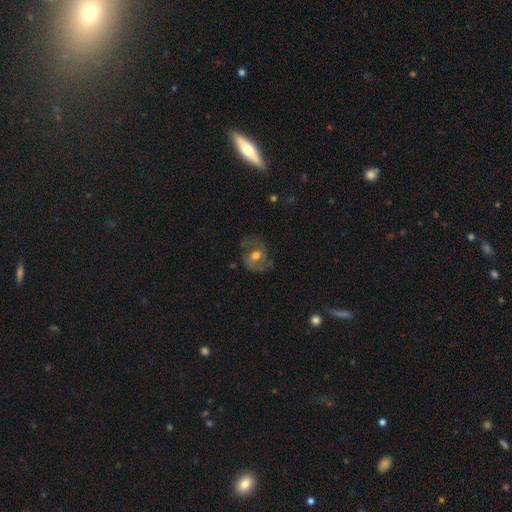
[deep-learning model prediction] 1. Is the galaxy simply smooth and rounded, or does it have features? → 56% featured or disk, 35% smooth, 9% star or artifact.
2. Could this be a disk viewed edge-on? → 96% no, 4% yes.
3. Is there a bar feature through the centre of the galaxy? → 65% no, 28% weak, 6% strong.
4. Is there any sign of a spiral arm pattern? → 73% yes, 27% no.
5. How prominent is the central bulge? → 70% moderate, 19% small, 9% large, 1% none, 1% dominant.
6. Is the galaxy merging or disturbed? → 60% none, 22% minor disturbance, 16% major disturbance, 2% merger.